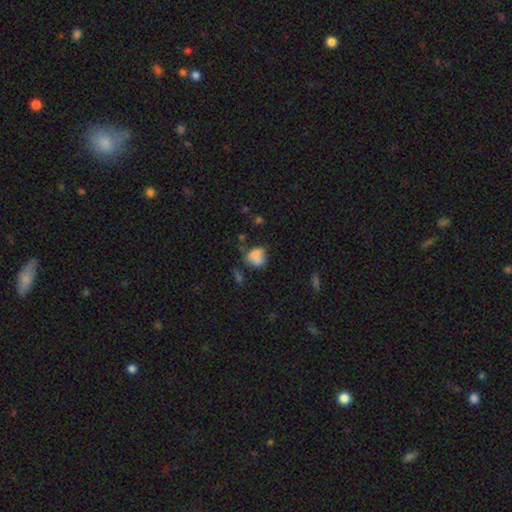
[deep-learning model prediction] Smooth or featured?
  - smooth: 74% *
  - featured or disk: 16%
  - star or artifact: 11%
How rounded?
  - round: 54% *
  - in between: 45%
  - cigar-shaped: 1%
Merging?
  - none: 40% *
  - minor disturbance: 26%
  - merger: 22%
  - major disturbance: 12%